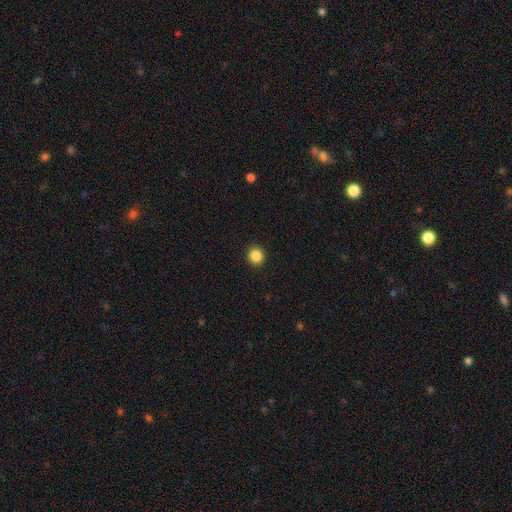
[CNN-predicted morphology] Q: Smooth or featured?
A: smooth (86%); runner-up: star or artifact (11%)
Q: How rounded?
A: round (92%); runner-up: in between (8%)
Q: Merging?
A: none (93%); runner-up: minor disturbance (4%)